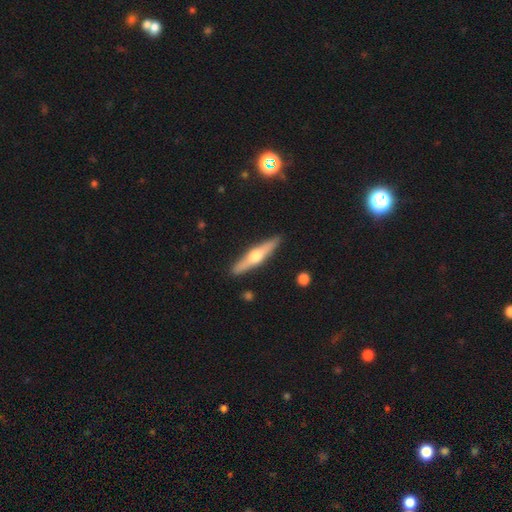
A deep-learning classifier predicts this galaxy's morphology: Smooth or featured? featured or disk (62%)
Edge-on disk? yes (95%)
Edge-on bulge? rounded (94%)
Merging? none (90%)